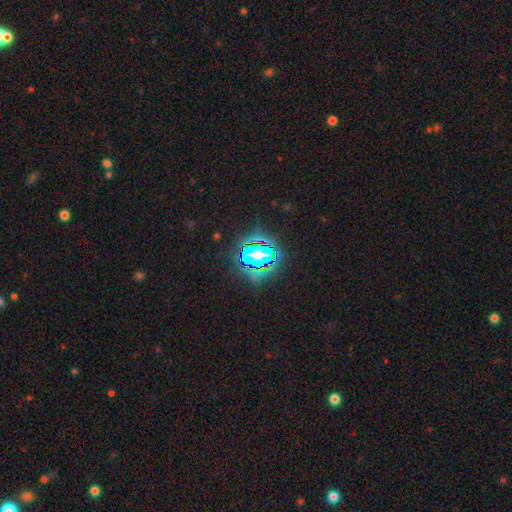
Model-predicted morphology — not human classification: smooth_or_featured: star or artifact (p=0.80) [alt: smooth p=0.12]